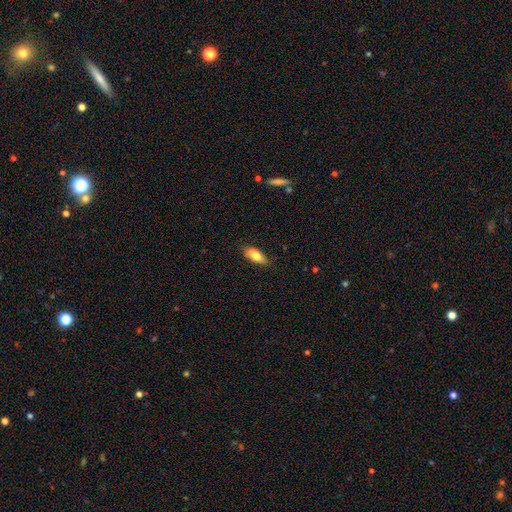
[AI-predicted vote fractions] smooth_or_featured: smooth (p=0.75) [alt: featured or disk p=0.18]
how_rounded: in between (p=0.78) [alt: cigar-shaped p=0.19]
merging: none (p=0.80) [alt: minor disturbance p=0.17]